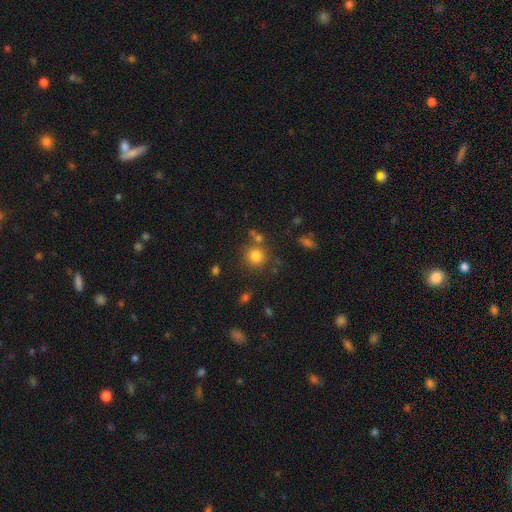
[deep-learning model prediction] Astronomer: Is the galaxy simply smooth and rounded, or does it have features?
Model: smooth — 80%.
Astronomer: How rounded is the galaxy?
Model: round — 92%.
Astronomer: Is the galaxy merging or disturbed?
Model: none — 75%.